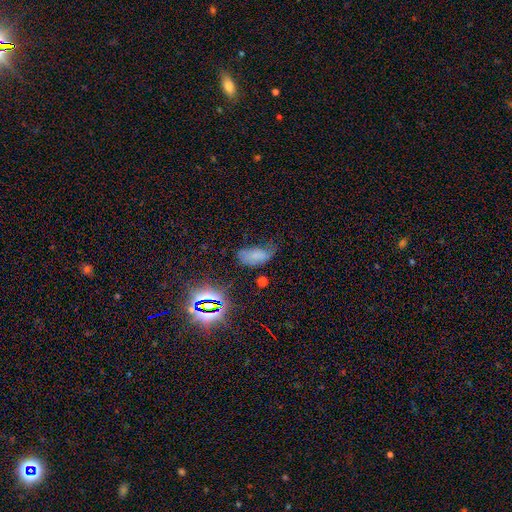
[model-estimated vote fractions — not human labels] Q: Smooth or featured?
A: smooth (59%); runner-up: star or artifact (23%)
Q: How rounded?
A: in between (91%); runner-up: round (5%)
Q: Merging?
A: none (38%); runner-up: minor disturbance (37%)